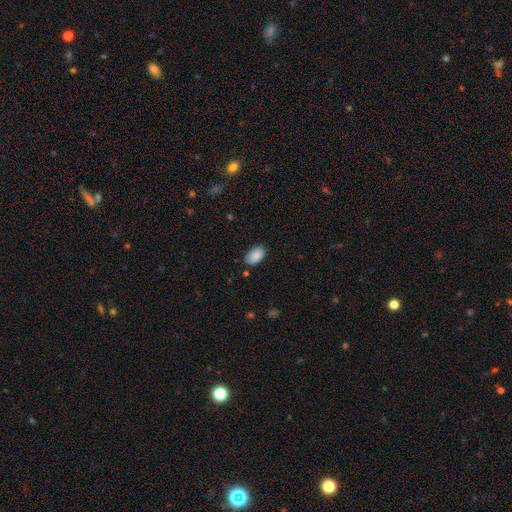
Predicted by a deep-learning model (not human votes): Smooth or featured? smooth (88%)
How rounded? in between (93%)
Merging? none (79%)